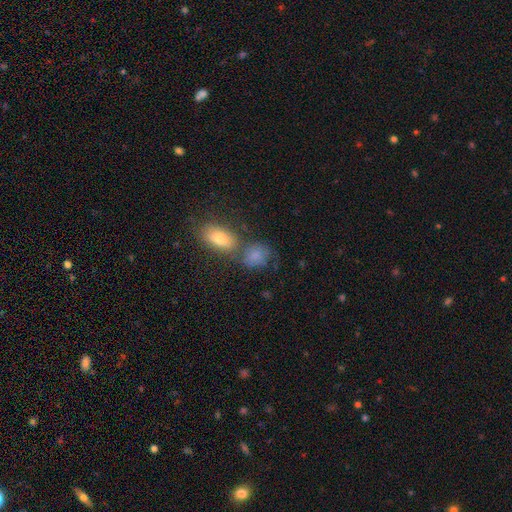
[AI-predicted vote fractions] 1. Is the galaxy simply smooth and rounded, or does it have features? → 78% smooth, 11% featured or disk, 10% star or artifact.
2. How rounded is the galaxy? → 51% in between, 47% round, 2% cigar-shaped.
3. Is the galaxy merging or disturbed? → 49% none, 28% merger, 16% minor disturbance, 7% major disturbance.